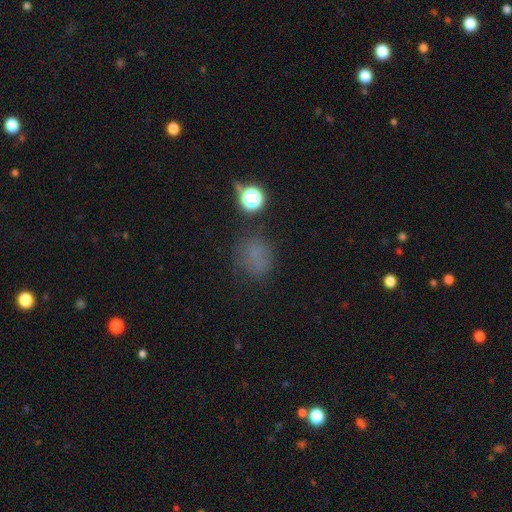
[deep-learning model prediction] Overall: smooth (62%; star or artifact 28%). How rounded: round (68%; in between 31%). Merging: none (69%).